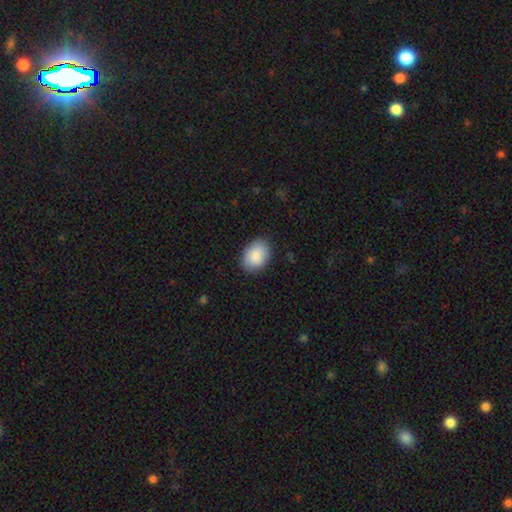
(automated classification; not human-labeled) A smooth galaxy with no disk features (88%) that is in between round and cigar-shaped (81%). Merging: none (85%).